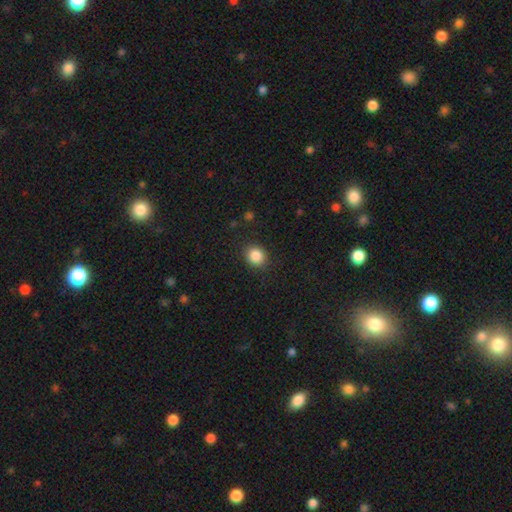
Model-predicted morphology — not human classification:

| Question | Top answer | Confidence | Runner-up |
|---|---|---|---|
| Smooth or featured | smooth | 87% | star or artifact (10%) |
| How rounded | round | 77% | in between (22%) |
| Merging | none | 88% | minor disturbance (8%) |